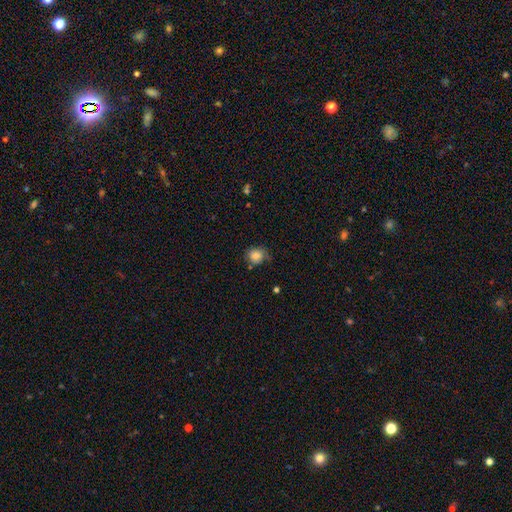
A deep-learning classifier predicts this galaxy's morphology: The model was most divided on "merging": none: 62%, minor disturbance: 27%, major disturbance: 8%, merger: 3%. More confident: smooth or featured — smooth (80%); how rounded — round (76%).